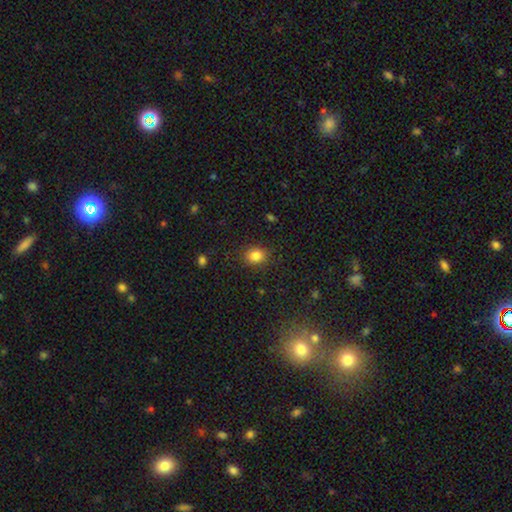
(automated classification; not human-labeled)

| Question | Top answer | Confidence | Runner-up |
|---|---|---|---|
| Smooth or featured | smooth | 83% | star or artifact (11%) |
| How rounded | round | 54% | in between (45%) |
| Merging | none | 86% | minor disturbance (10%) |